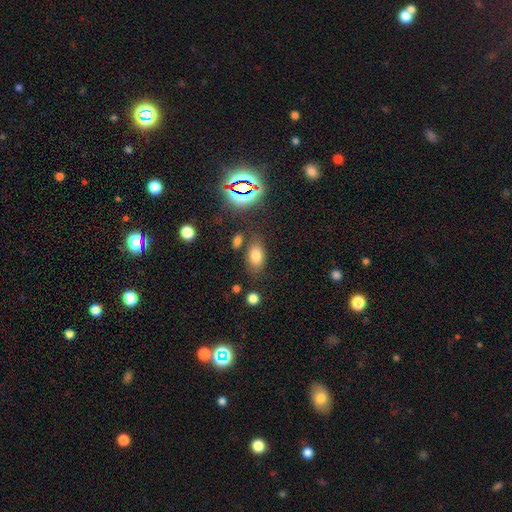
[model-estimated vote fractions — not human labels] Smooth or featured? smooth (76%)
How rounded? in between (87%)
Merging? none (74%)